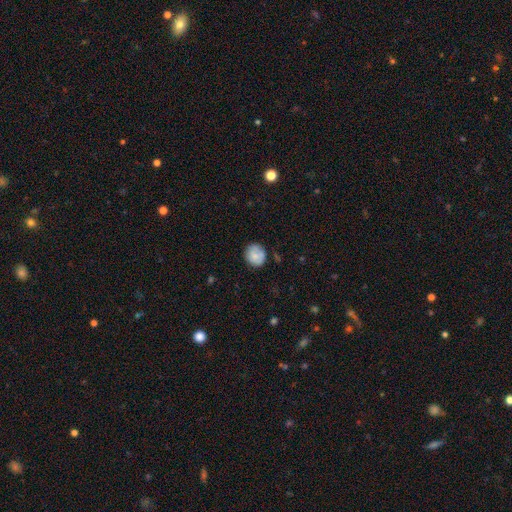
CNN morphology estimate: A smooth galaxy with no disk features (79%) that is round (78%).

Vote fractions:
- Smooth or featured? smooth: 79% / featured or disk: 13% / star or artifact: 8%
- How rounded? round: 78% / in between: 21% / cigar-shaped: 1%
- Merging? none: 78% / minor disturbance: 17% / major disturbance: 3% / merger: 2%